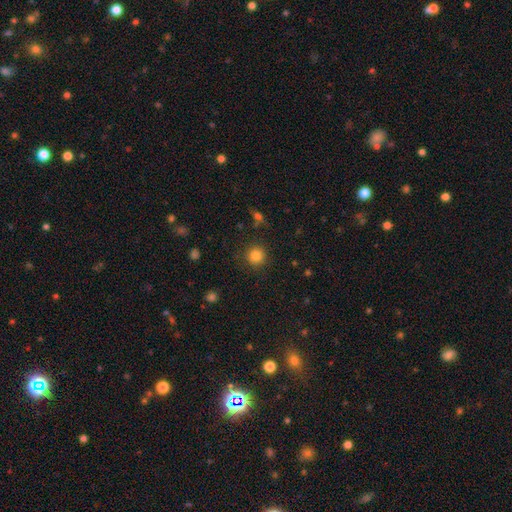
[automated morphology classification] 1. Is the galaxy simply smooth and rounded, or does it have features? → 83% smooth, 12% star or artifact, 5% featured or disk.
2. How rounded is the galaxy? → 94% round, 5% in between, 1% cigar-shaped.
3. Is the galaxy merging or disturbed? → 89% none, 7% minor disturbance, 3% major disturbance, 2% merger.